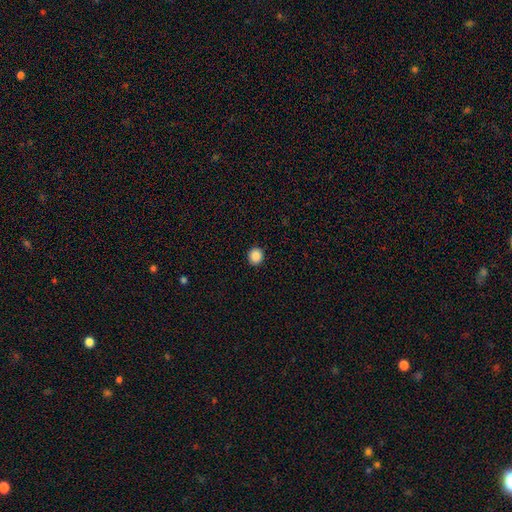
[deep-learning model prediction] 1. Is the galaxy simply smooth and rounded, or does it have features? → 88% smooth, 9% star or artifact, 2% featured or disk.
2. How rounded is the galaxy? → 87% round, 12% in between, 1% cigar-shaped.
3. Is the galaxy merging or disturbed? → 92% none, 5% minor disturbance, 2% major disturbance, 1% merger.